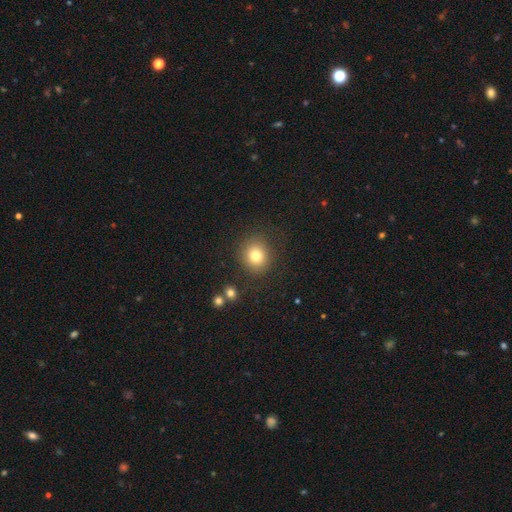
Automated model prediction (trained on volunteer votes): A smooth galaxy with no disk features (79%) that is round (82%).

Vote fractions:
- Smooth or featured? smooth: 79% / star or artifact: 12% / featured or disk: 9%
- How rounded? round: 82% / in between: 17% / cigar-shaped: 1%
- Merging? none: 85% / minor disturbance: 9% / major disturbance: 4% / merger: 2%